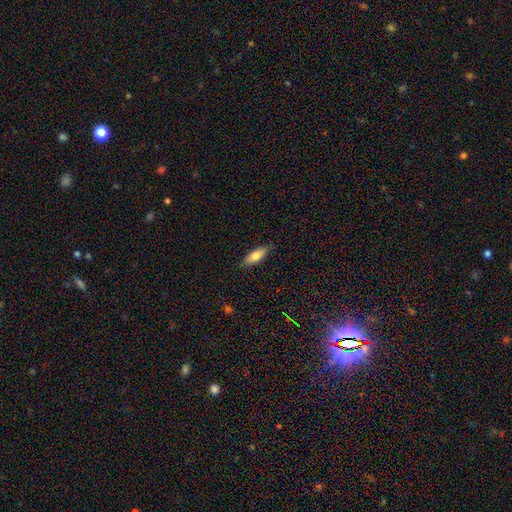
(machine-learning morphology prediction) A smooth galaxy with no disk features (73%) that is in between round and cigar-shaped (66%).

Vote fractions:
- Smooth or featured? smooth: 73% / featured or disk: 20% / star or artifact: 7%
- How rounded? in between: 66% / cigar-shaped: 32% / round: 2%
- Merging? none: 84% / minor disturbance: 12% / major disturbance: 2% / merger: 1%